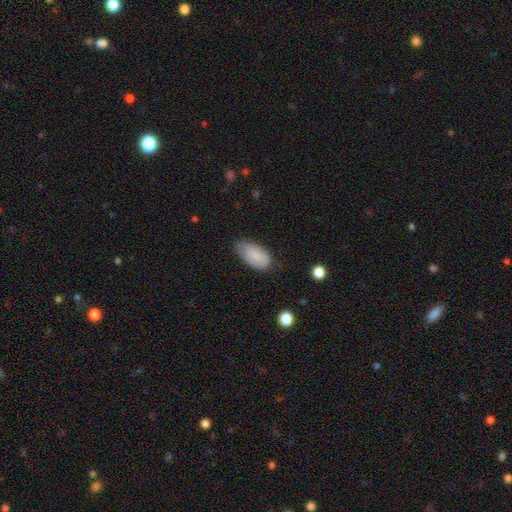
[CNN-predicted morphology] Smooth or featured? Predicted: smooth (p=0.85). How rounded? Predicted: in between (p=0.94). Merging? Predicted: none (p=0.60).